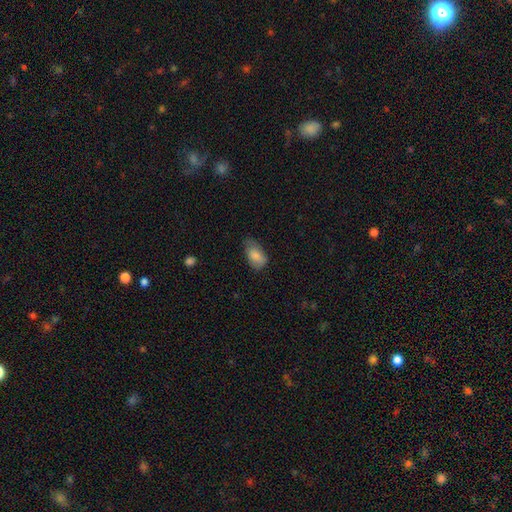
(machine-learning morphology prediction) Smooth or featured? smooth (82%)
How rounded? in between (92%)
Merging? none (48%)